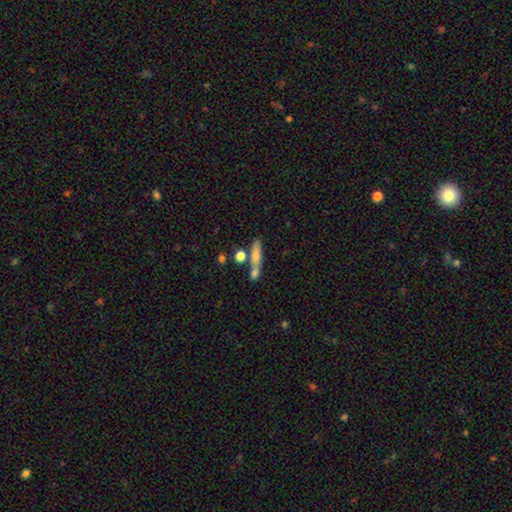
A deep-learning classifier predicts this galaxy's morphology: Smooth or featured? Predicted: smooth (p=0.68). How rounded? Predicted: cigar-shaped (p=0.70). Merging? Predicted: none (p=0.52).